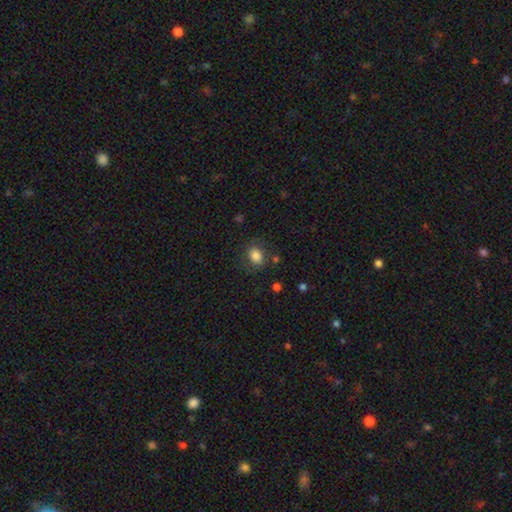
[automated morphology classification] Smooth or featured? smooth (83%)
How rounded? in between (55%)
Merging? none (75%)